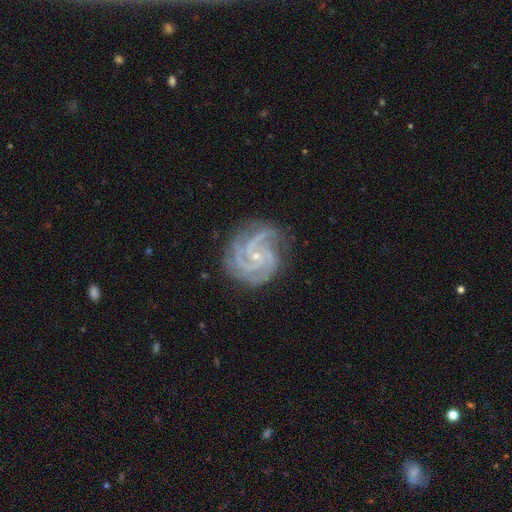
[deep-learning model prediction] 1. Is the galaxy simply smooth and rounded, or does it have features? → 92% featured or disk, 5% star or artifact, 3% smooth.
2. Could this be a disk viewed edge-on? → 98% no, 2% yes.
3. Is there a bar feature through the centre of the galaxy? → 66% no, 25% weak, 9% strong.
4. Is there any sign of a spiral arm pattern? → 99% yes, 1% no.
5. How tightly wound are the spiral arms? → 65% tight, 32% medium, 3% loose.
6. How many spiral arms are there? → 51% 3, 22% 4, 10% 2, 6% can't tell, 5% more than 4, 5% 1.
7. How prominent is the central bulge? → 83% small, 13% moderate, 2% none, 1% large, 1% dominant.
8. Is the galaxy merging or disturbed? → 77% none, 17% minor disturbance, 5% major disturbance, 1% merger.